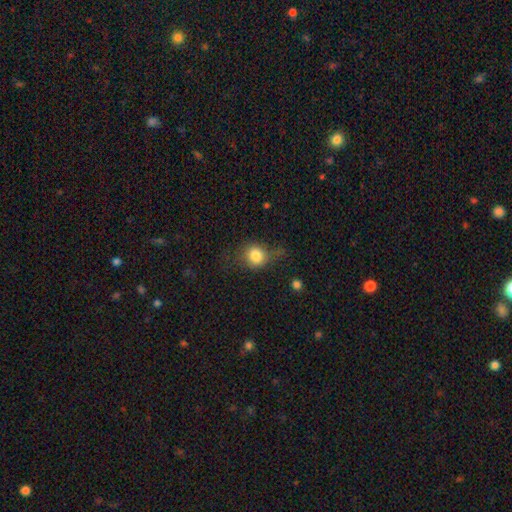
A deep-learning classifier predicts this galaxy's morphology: The model was most divided on "merging": none: 55%, minor disturbance: 27%, major disturbance: 15%, merger: 3%. More confident: smooth or featured — smooth (78%); how rounded — round (78%).